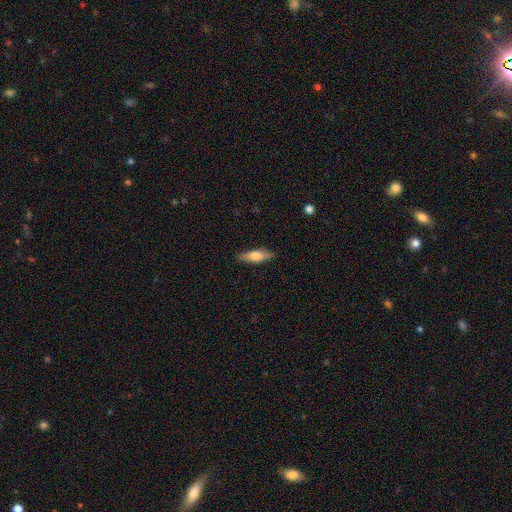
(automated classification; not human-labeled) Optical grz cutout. It shows a smooth galaxy with no disk features (59%) that is cigar-shaped (50%). Merging: none (86%).